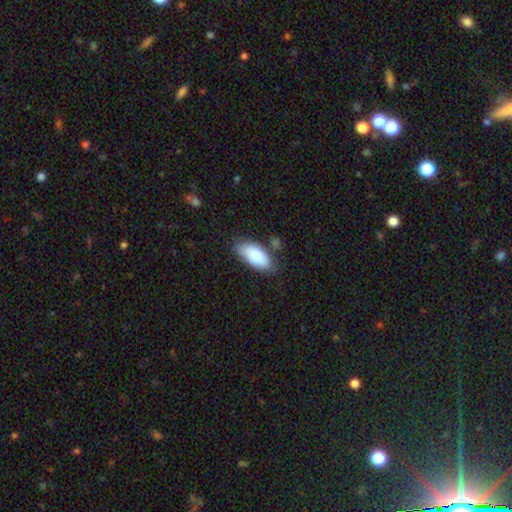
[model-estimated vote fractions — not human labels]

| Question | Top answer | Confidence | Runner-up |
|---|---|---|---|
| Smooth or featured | smooth | 84% | featured or disk (10%) |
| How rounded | in between | 89% | cigar-shaped (9%) |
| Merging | none | 71% | minor disturbance (20%) |